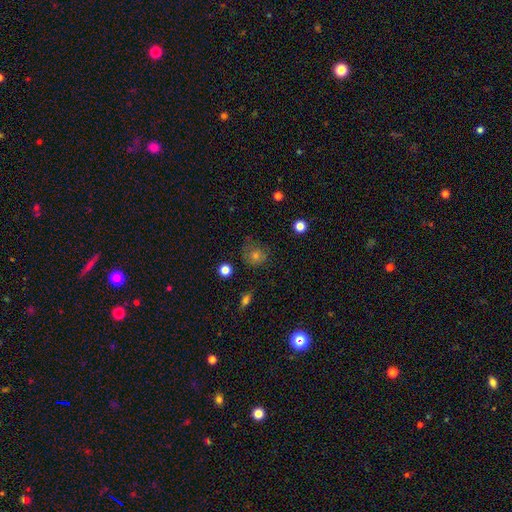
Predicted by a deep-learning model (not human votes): Overall: smooth (58%; star or artifact 22%). How rounded: round (84%). Merging: none (68%).